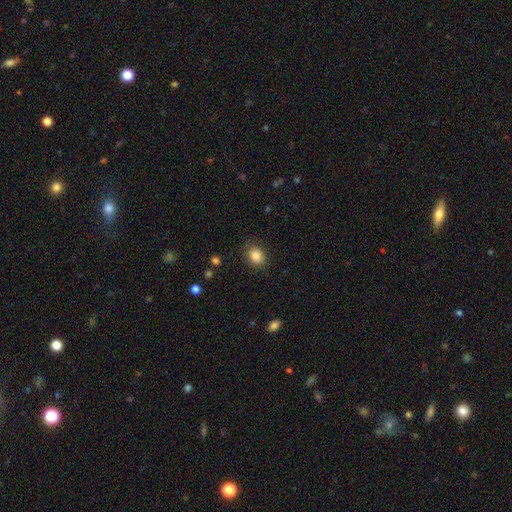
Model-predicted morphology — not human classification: A smooth galaxy with no disk features (86%) that is in between round and cigar-shaped (53%).

Vote fractions:
- Smooth or featured? smooth: 86% / star or artifact: 9% / featured or disk: 5%
- How rounded? in between: 53% / round: 46% / cigar-shaped: 1%
- Merging? none: 83% / minor disturbance: 12% / major disturbance: 3% / merger: 1%